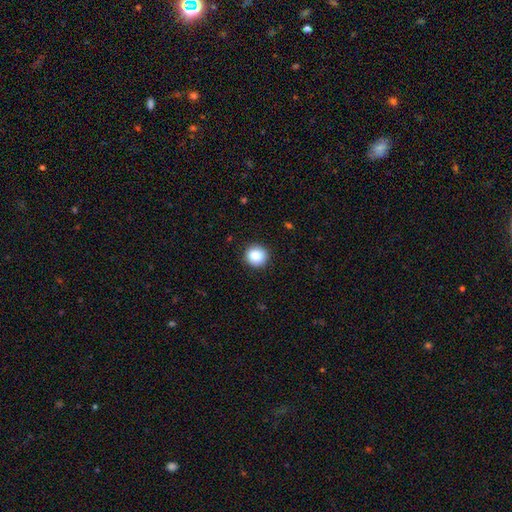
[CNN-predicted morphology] Smooth or featured: smooth — 87% (star or artifact — 9%)
How rounded: round — 92% (in between — 7%)
Merging: none — 90% (minor disturbance — 7%)